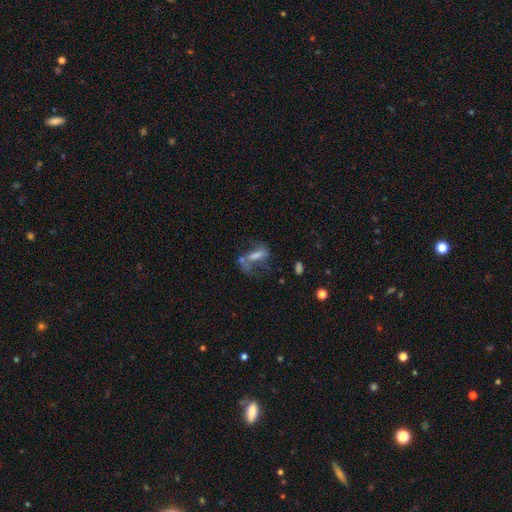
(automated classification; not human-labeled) Smooth or featured? Predicted: featured or disk (p=0.47). Merging? Predicted: major disturbance (p=0.35).